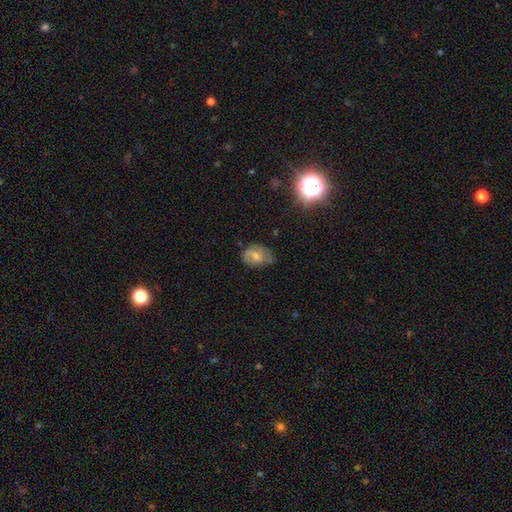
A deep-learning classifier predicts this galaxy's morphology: This is possibly a smooth galaxy (59%). How rounded: likely in between (71%). Merging: possibly none (53%).